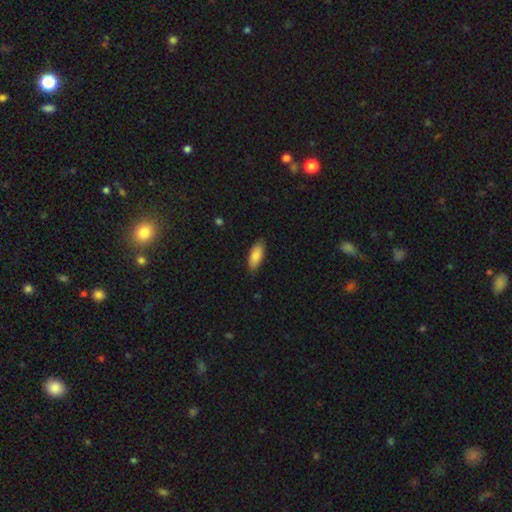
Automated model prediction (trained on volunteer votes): A smooth galaxy with no disk features (87%) that is in between round and cigar-shaped (81%).

Vote fractions:
- Smooth or featured? smooth: 87% / featured or disk: 7% / star or artifact: 6%
- How rounded? in between: 81% / cigar-shaped: 17% / round: 2%
- Merging? none: 84% / minor disturbance: 13% / major disturbance: 2% / merger: 1%